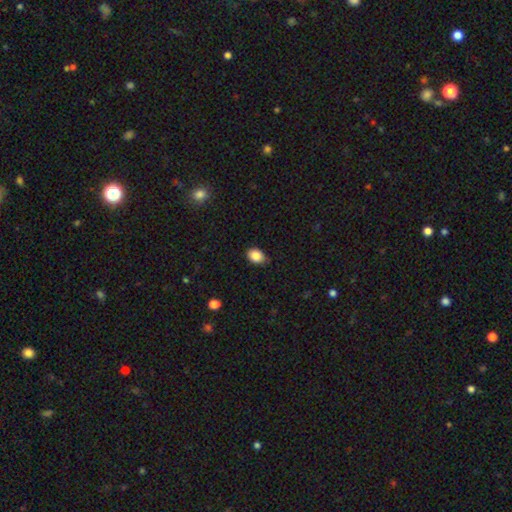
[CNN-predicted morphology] The model was most divided on "how rounded": in between: 69%, round: 30%, cigar-shaped: 1%. More confident: smooth or featured — smooth (86%); merging — none (79%).